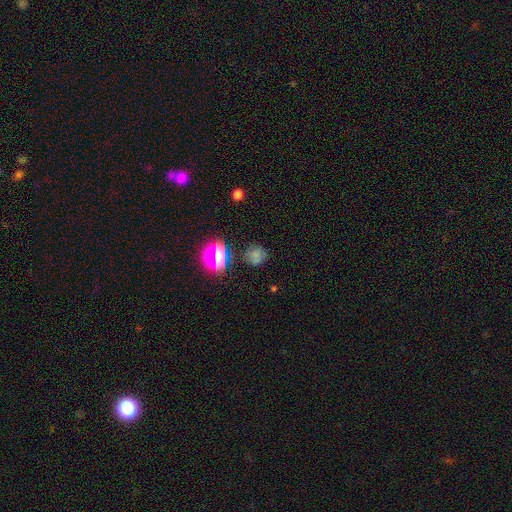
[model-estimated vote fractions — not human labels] Morphology: type=smooth (60%); roundness=round (80%); merging=none (73%).